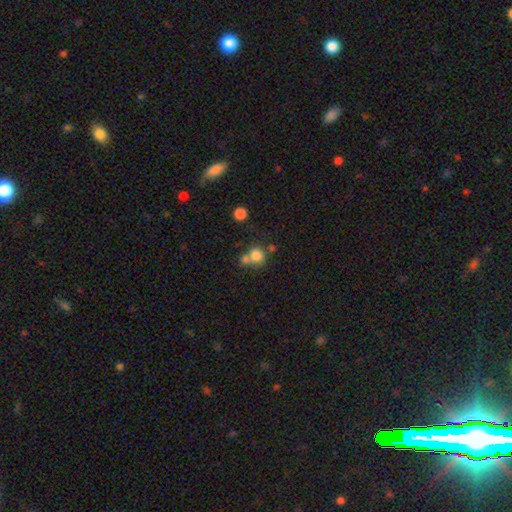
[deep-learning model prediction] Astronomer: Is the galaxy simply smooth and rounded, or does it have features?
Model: smooth — 79%.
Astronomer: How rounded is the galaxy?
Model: round — 79%.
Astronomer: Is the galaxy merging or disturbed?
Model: none — 45% (runner-up: merger, 40%).